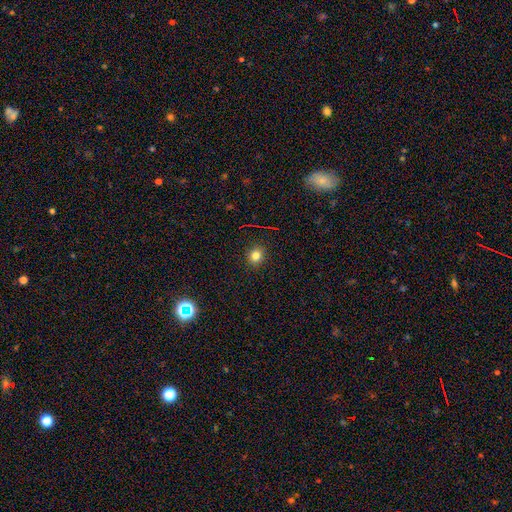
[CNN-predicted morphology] type=smooth (80%); roundness=round (84%); merging=none (92%).